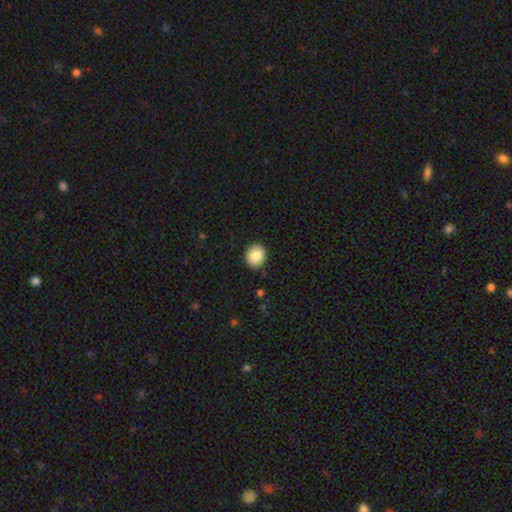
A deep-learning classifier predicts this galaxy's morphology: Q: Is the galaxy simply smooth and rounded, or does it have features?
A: smooth — 85%.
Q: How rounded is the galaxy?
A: round — 71%.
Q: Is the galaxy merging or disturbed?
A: none — 90%.